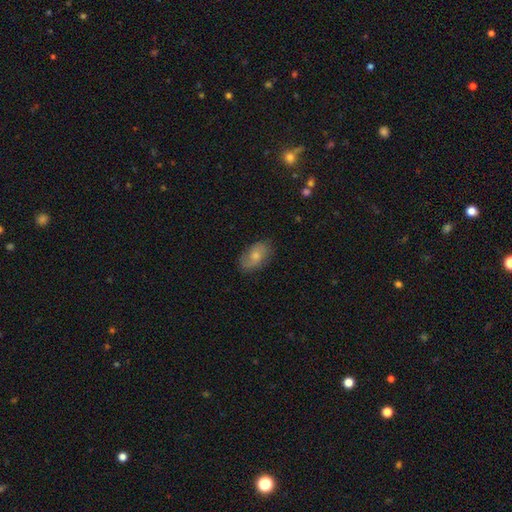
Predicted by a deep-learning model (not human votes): Smooth or featured? smooth (61%)
How rounded? in between (90%)
Merging? none (76%)